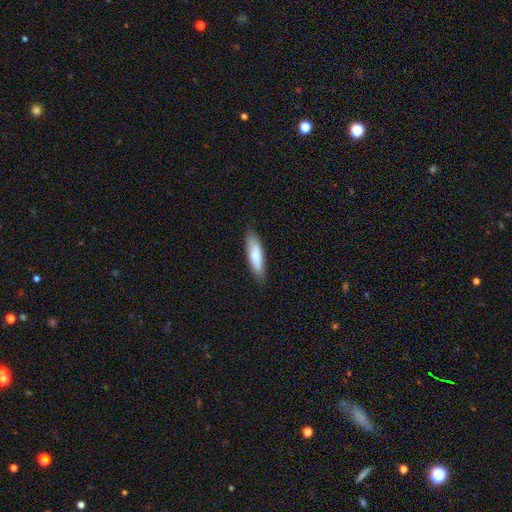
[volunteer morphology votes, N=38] A smooth galaxy with no disk features (79%) that is cigar-shaped (57%).

Vote fractions:
- Smooth or featured? smooth: 79% / featured or disk: 21% / star or artifact: 0%
- How rounded? cigar-shaped: 57% / in between: 43% / round: 0%
- Merging? none: 89% / minor disturbance: 8% / major disturbance: 3% / merger: 0%